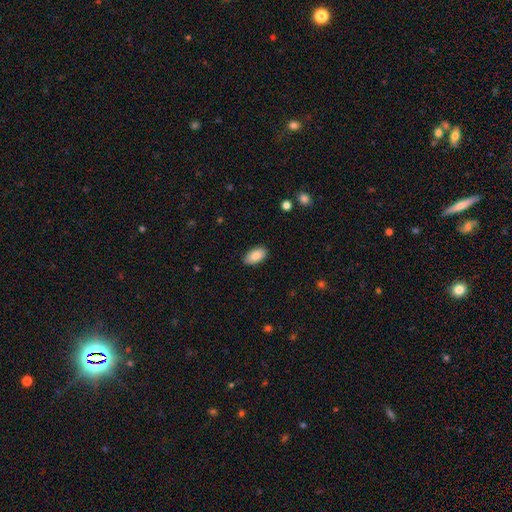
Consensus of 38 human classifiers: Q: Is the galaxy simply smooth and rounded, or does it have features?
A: smooth — 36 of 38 (95%).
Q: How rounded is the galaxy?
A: in between — 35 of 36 (97%).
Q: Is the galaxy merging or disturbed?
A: none — 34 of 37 (92%).